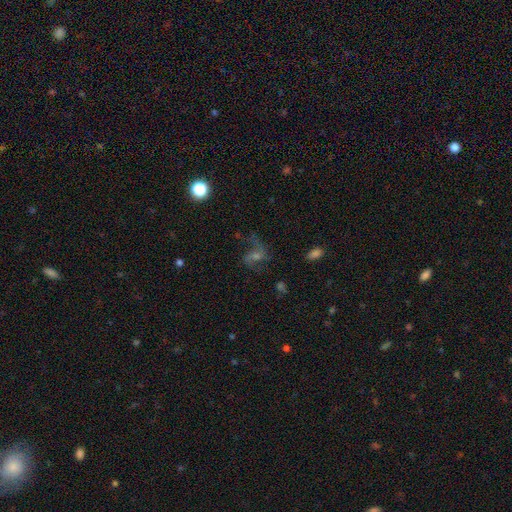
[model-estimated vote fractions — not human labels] Smooth or featured?
  - featured or disk: 65% *
  - star or artifact: 20%
  - smooth: 15%
Edge-on disk?
  - no: 96% *
  - yes: 4%
Bar?
  - no: 45% *
  - weak: 42%
  - strong: 13%
Spiral arms?
  - yes: 89% *
  - no: 11%
Spiral winding?
  - loose: 60% *
  - medium: 33%
  - tight: 7%
Spiral arm count?
  - 2: 70% *
  - 1: 13%
  - can't tell: 8%
  - 3: 4%
  - 4: 2%
  - more than 4: 2%
Bulge size?
  - small: 46% *
  - moderate: 37%
  - none: 10%
  - large: 5%
  - dominant: 2%
Merging?
  - none: 59% *
  - major disturbance: 21%
  - minor disturbance: 16%
  - merger: 3%